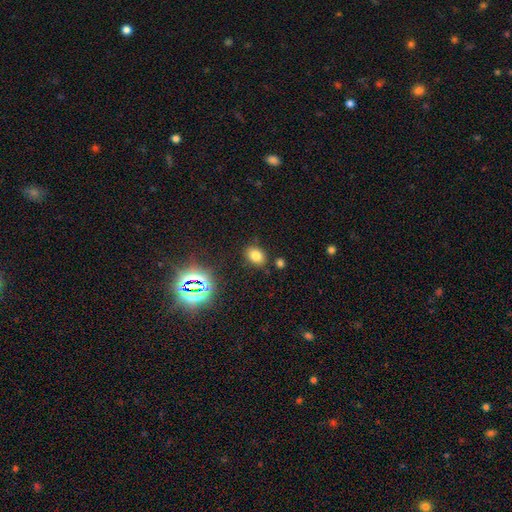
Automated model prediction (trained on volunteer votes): Morphology: type=smooth (75%); roundness=in between (72%); merging=none (81%).